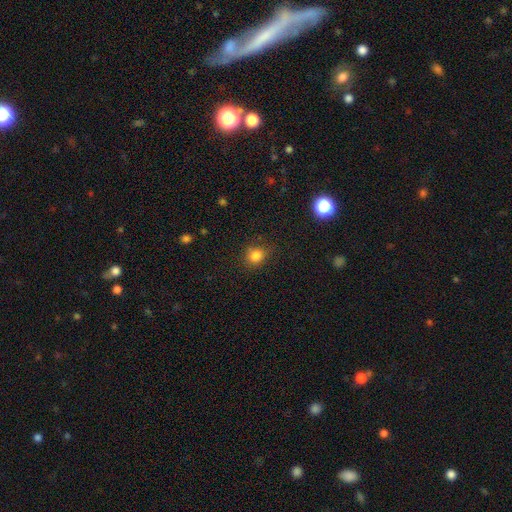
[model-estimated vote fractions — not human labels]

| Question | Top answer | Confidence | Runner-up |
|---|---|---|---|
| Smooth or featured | smooth | 83% | star or artifact (13%) |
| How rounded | round | 78% | in between (21%) |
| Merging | none | 81% | minor disturbance (13%) |